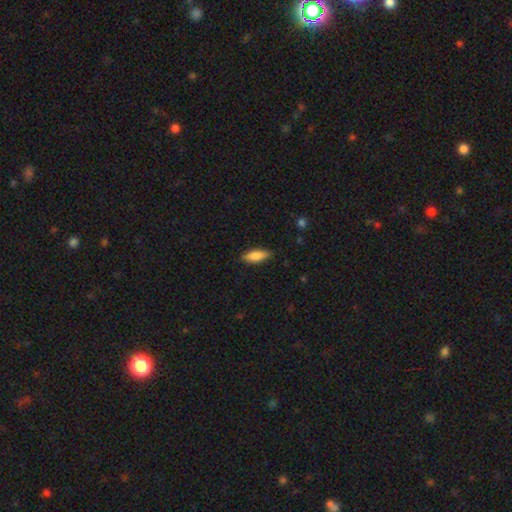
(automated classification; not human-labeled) Smooth or featured? Predicted: smooth (p=0.84). How rounded? Predicted: in between (p=0.71). Merging? Predicted: none (p=0.82).